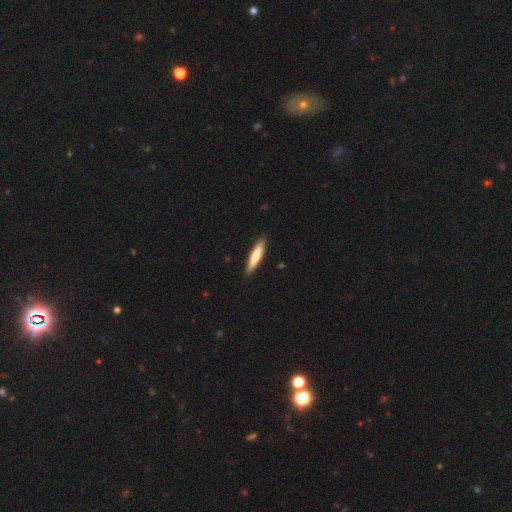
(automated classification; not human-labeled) Q: Smooth or featured?
A: smooth (67%); runner-up: featured or disk (28%)
Q: How rounded?
A: cigar-shaped (87%); runner-up: in between (12%)
Q: Merging?
A: none (90%); runner-up: minor disturbance (7%)